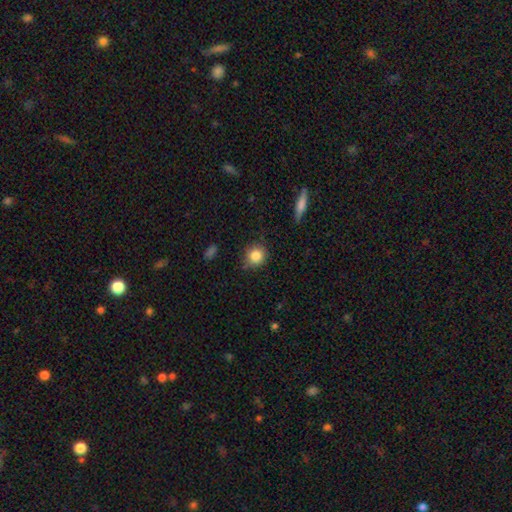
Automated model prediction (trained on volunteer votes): smooth_or_featured: smooth (p=0.84) [alt: star or artifact p=0.10]
how_rounded: round (p=0.87) [alt: in between p=0.11]
merging: none (p=0.78) [alt: minor disturbance p=0.16]